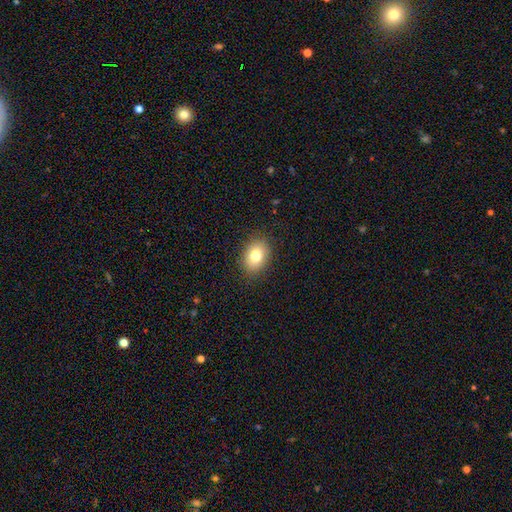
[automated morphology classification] smooth 79%, featured or disk 11%, star or artifact 10%. Down the decision tree: how rounded — in between (69%); merging — none (88%).